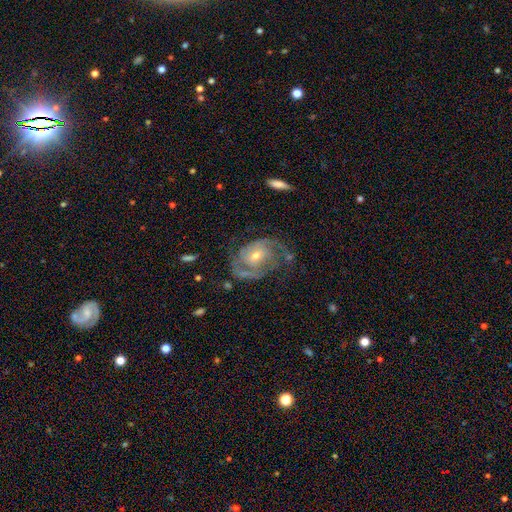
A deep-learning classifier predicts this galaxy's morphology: Overall: featured or disk (86%). Edge-on disk: no (97%). Bar: no (58%; weak 31%). Spiral arms: yes (94%). Spiral arm count: 2 (76%). Spiral winding: medium (46%; tight 39%). Bulge size: small (49%; moderate 46%). Merging: none (62%).